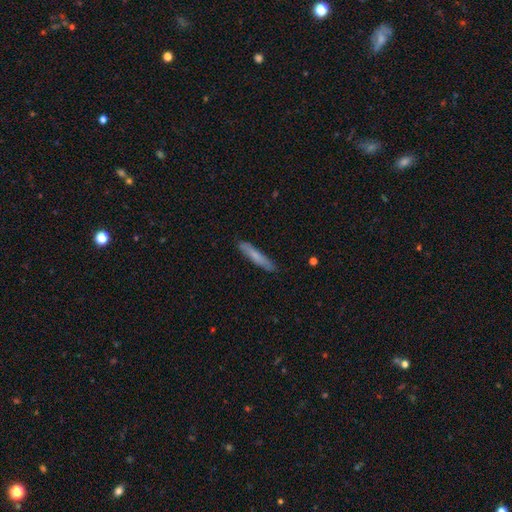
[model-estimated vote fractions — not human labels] Overall: smooth (70%). How rounded: cigar-shaped (93%). Merging: none (86%).